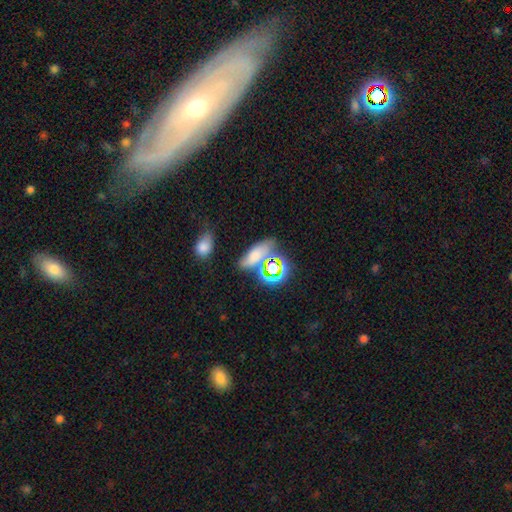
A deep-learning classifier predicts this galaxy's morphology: Smooth or featured? smooth (58%)
How rounded? in between (76%)
Merging? none (58%)